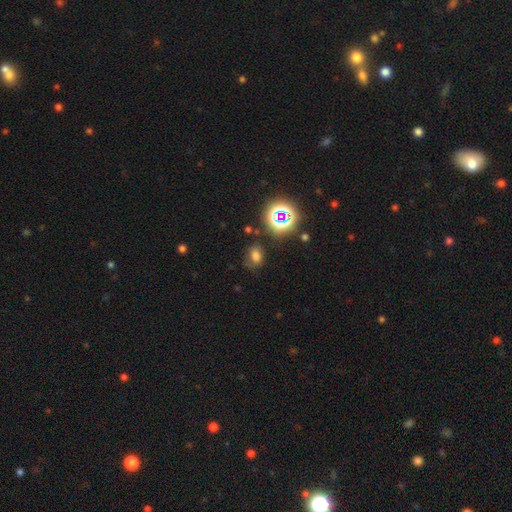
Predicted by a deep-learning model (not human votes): Smooth or featured: smooth — 64% (star or artifact — 26%)
How rounded: in between — 66% (round — 33%)
Merging: none — 67% (minor disturbance — 21%)